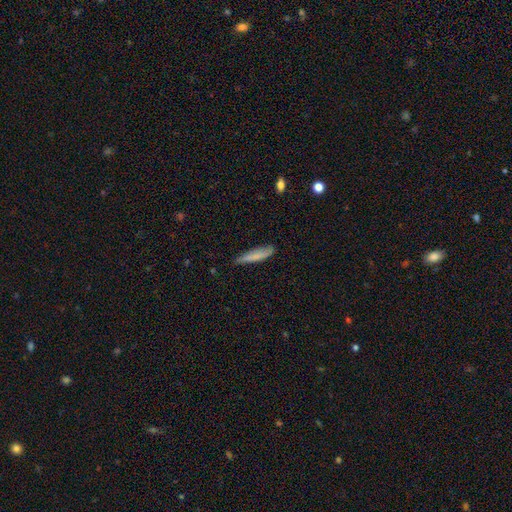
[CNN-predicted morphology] Overall: smooth (75%). How rounded: cigar-shaped (87%). Merging: none (71%).